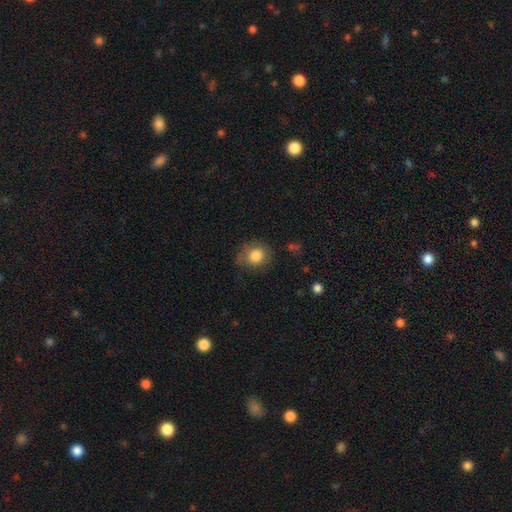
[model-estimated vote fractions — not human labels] Smooth or featured?
  - smooth: 82% *
  - featured or disk: 9%
  - star or artifact: 9%
How rounded?
  - round: 74% *
  - in between: 25%
  - cigar-shaped: 1%
Merging?
  - none: 67% *
  - minor disturbance: 23%
  - major disturbance: 8%
  - merger: 2%